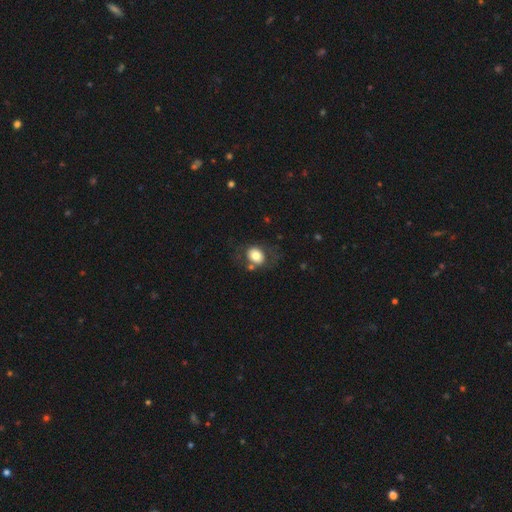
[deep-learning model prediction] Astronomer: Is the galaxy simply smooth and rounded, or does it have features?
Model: smooth — 73%.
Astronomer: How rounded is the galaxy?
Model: round — 50% (runner-up: in between, 49%).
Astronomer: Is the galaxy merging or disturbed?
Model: none — 65%.